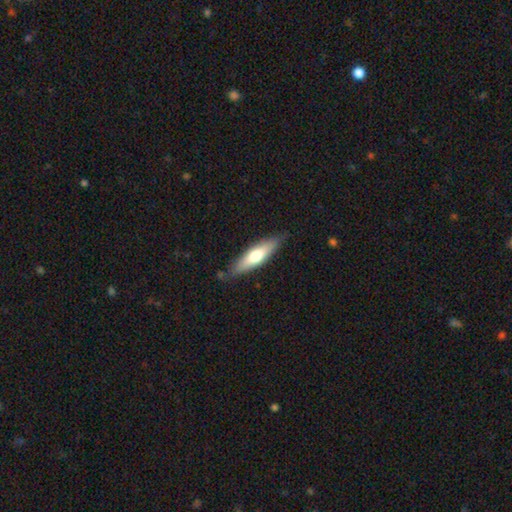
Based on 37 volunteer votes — smooth_or_featured: smooth (p=0.54) [alt: featured or disk p=0.43]
how_rounded: cigar-shaped (p=0.65) [alt: in between p=0.30]
merging: none (p=0.75) [alt: minor disturbance p=0.19]